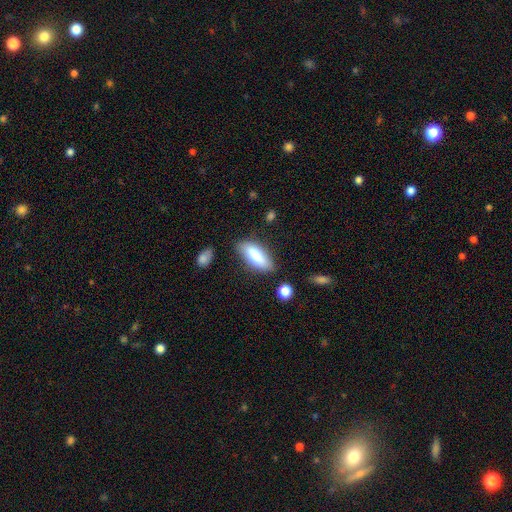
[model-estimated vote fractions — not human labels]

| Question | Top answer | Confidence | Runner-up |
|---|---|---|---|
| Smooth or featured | smooth | 80% | featured or disk (14%) |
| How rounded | in between | 71% | cigar-shaped (27%) |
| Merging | none | 75% | minor disturbance (17%) |